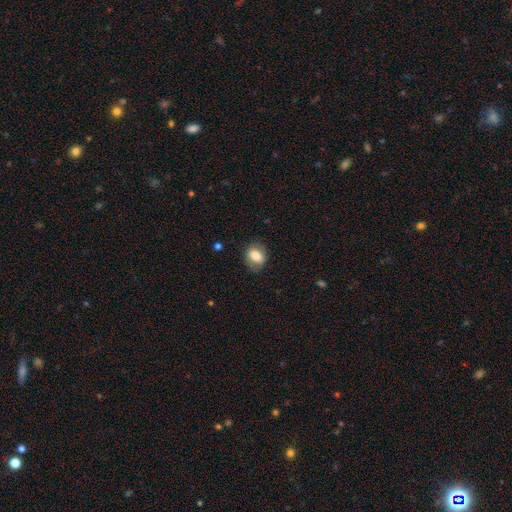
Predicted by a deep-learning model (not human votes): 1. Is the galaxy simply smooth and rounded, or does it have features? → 72% smooth, 20% featured or disk, 8% star or artifact.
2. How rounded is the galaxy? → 65% in between, 34% round, 1% cigar-shaped.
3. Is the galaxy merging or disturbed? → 77% none, 16% minor disturbance, 6% major disturbance, 1% merger.